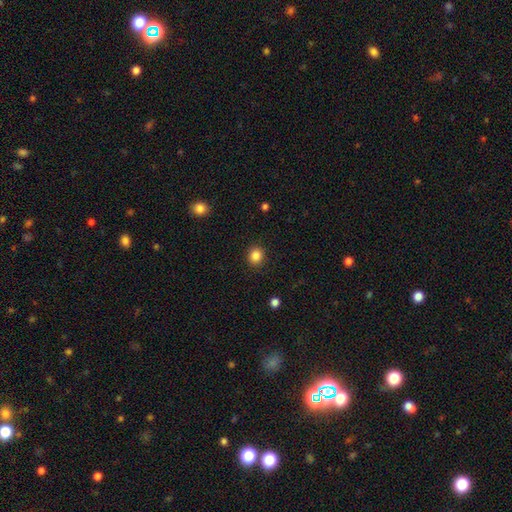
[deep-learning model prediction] A smooth galaxy with no disk features (85%) that is round (84%).

Vote fractions:
- Smooth or featured? smooth: 85% / star or artifact: 11% / featured or disk: 4%
- How rounded? round: 84% / in between: 15% / cigar-shaped: 1%
- Merging? none: 90% / minor disturbance: 7% / major disturbance: 2% / merger: 1%